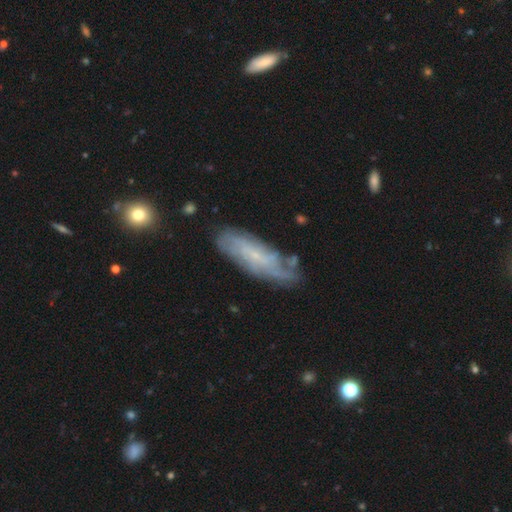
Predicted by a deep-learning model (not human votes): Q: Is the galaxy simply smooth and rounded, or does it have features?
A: featured or disk — 69%.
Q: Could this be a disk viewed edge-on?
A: no — 82%.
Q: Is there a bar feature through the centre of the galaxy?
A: no — 63%.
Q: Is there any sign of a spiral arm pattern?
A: yes — 86%.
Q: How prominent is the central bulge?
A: small — 77%.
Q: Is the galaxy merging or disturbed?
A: none — 65%.